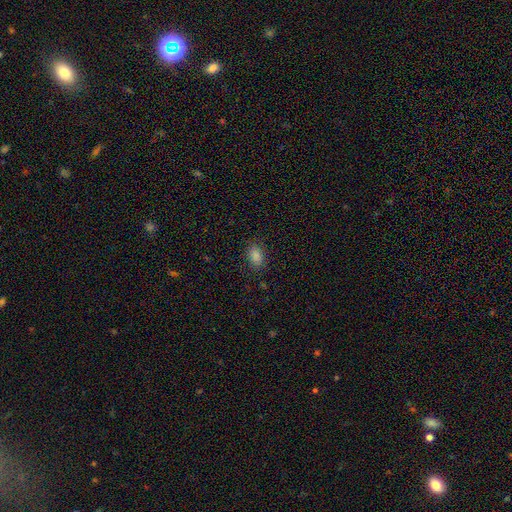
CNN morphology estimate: Smooth or featured: smooth — 84% (star or artifact — 12%)
How rounded: in between — 84% (round — 14%)
Merging: none — 86% (minor disturbance — 10%)